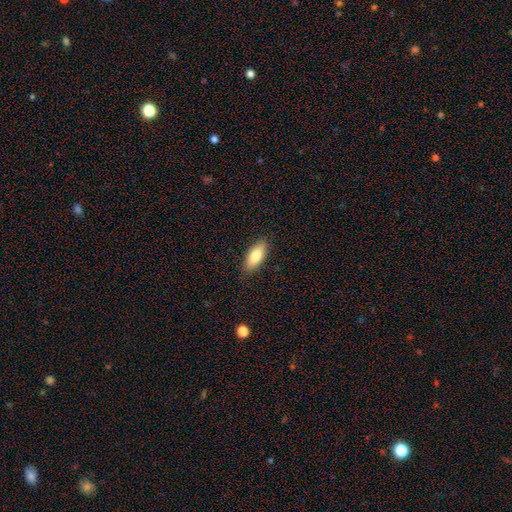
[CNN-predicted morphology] The model was most divided on "how rounded": in between: 79%, cigar-shaped: 19%, round: 2%. More confident: merging — none (88%); smooth or featured — smooth (80%).